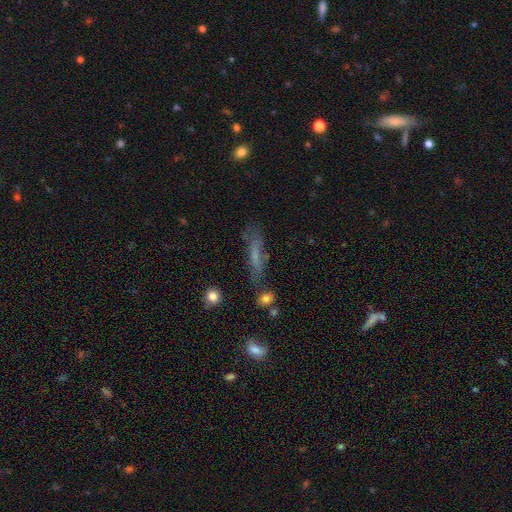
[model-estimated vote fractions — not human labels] Smooth or featured?
  - smooth: 53% *
  - featured or disk: 36%
  - star or artifact: 11%
How rounded?
  - cigar-shaped: 77% *
  - in between: 20%
  - round: 3%
Merging?
  - none: 65% *
  - minor disturbance: 21%
  - major disturbance: 9%
  - merger: 5%